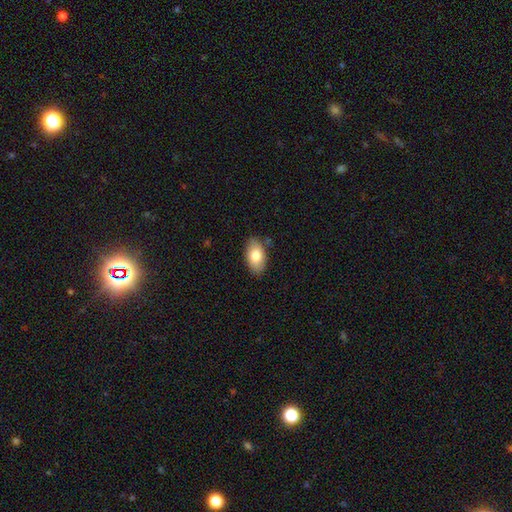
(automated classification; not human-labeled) Morphology: type=smooth (78%); roundness=in between (93%); merging=none (83%).